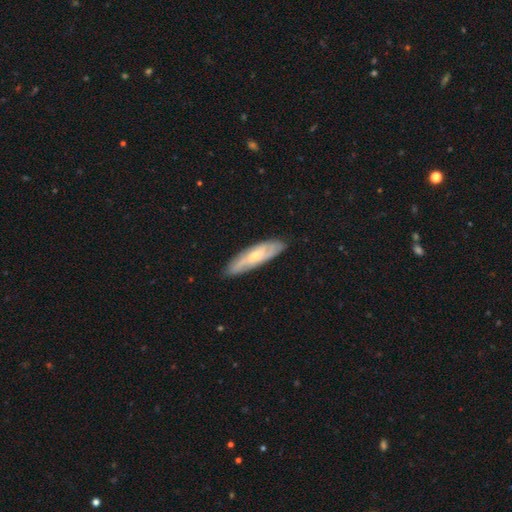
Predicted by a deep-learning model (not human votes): This appears to be a featured or disk galaxy (56%). Merging: none (83%).